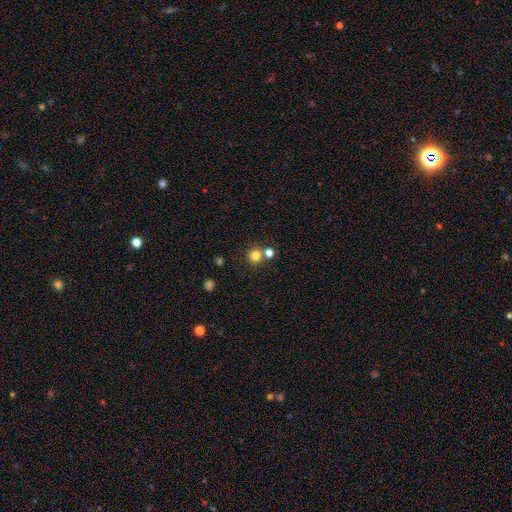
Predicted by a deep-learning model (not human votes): The model was most divided on "merging": none: 68%, merger: 22%, minor disturbance: 7%, major disturbance: 3%. More confident: how rounded — round (92%); smooth or featured — smooth (79%).